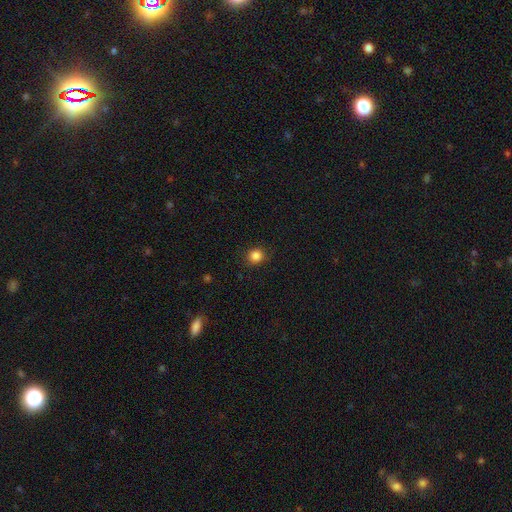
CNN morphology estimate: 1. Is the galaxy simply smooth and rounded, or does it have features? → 85% smooth, 11% star or artifact, 4% featured or disk.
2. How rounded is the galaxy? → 88% round, 11% in between, 1% cigar-shaped.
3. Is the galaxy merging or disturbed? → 89% none, 8% minor disturbance, 2% major disturbance, 1% merger.